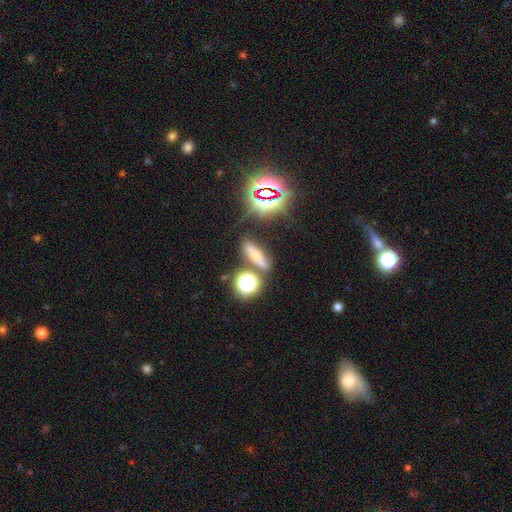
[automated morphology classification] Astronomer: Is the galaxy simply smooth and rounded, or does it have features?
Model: smooth — 48% (runner-up: star or artifact, 30%).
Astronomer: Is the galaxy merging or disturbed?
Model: none — 75%.